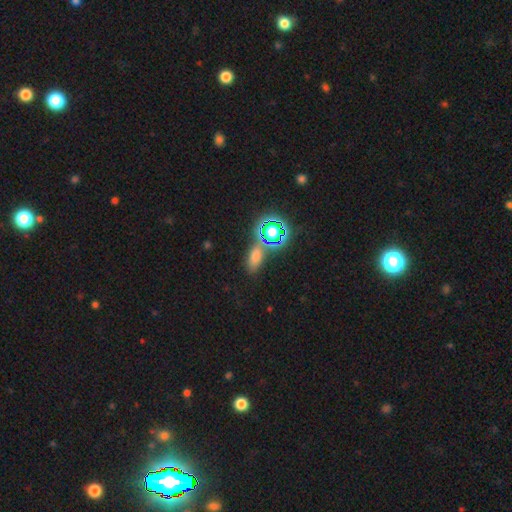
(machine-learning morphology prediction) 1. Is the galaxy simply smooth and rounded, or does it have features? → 60% smooth, 31% star or artifact, 9% featured or disk.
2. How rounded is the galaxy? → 72% in between, 16% round, 12% cigar-shaped.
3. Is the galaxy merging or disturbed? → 70% none, 15% merger, 11% minor disturbance, 4% major disturbance.